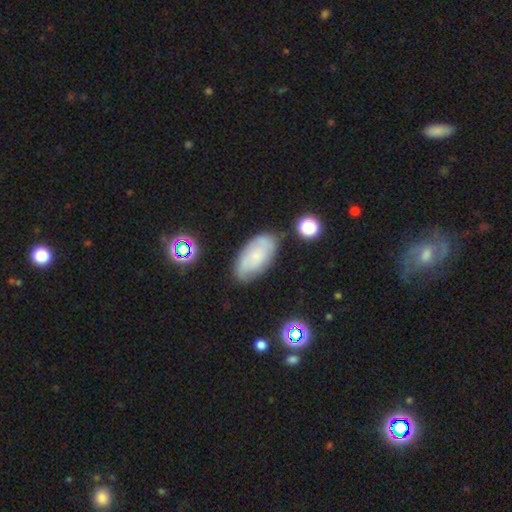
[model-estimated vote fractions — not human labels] The model was most divided on "smooth or featured": smooth: 52%, featured or disk: 38%, star or artifact: 10%. More confident: how rounded — in between (91%); merging — none (73%).